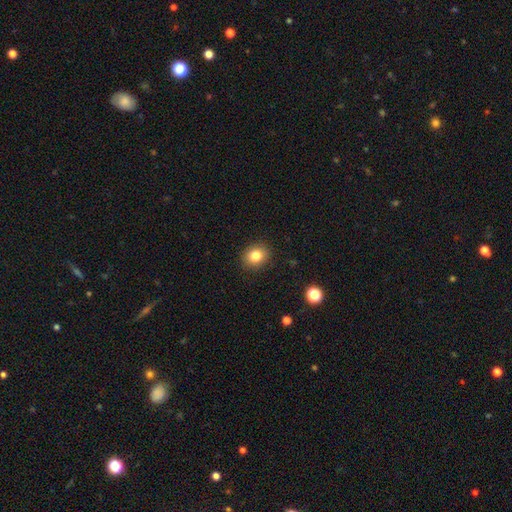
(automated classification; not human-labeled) A smooth galaxy with no disk features (81%) that is round (68%).

Vote fractions:
- Smooth or featured? smooth: 81% / star or artifact: 11% / featured or disk: 8%
- How rounded? round: 68% / in between: 32% / cigar-shaped: 1%
- Merging? none: 90% / minor disturbance: 7% / major disturbance: 2% / merger: 1%